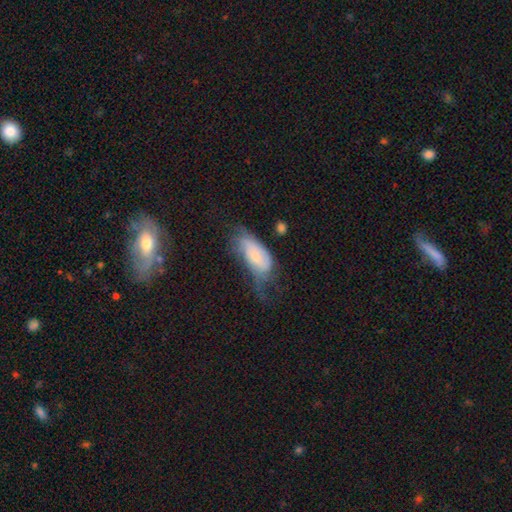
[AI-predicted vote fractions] Smooth or featured: featured or disk — 49% (smooth — 43%)
Merging: major disturbance — 34% (minor disturbance — 31%)